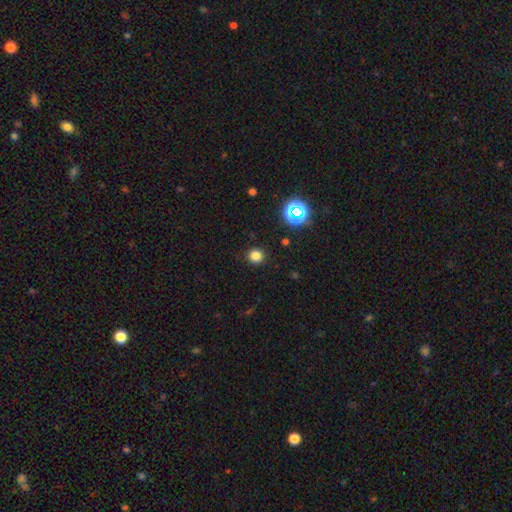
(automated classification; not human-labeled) Smooth or featured?
  - smooth: 79% *
  - star or artifact: 17%
  - featured or disk: 4%
How rounded?
  - round: 93% *
  - in between: 6%
  - cigar-shaped: 1%
Merging?
  - none: 91% *
  - minor disturbance: 6%
  - major disturbance: 2%
  - merger: 1%